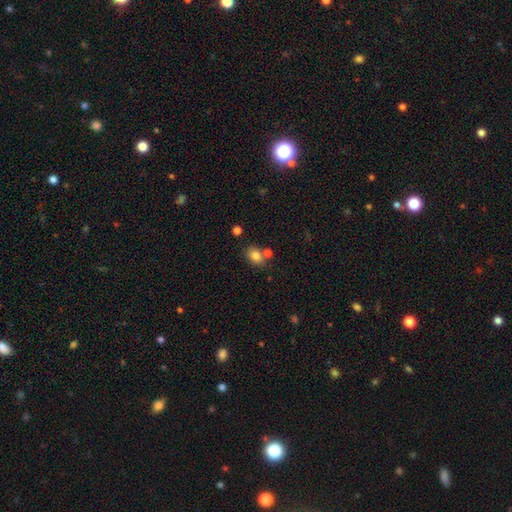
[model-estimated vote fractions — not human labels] This is clearly a smooth galaxy (81%). How rounded: likely in between (66%). Merging: likely none (64%).